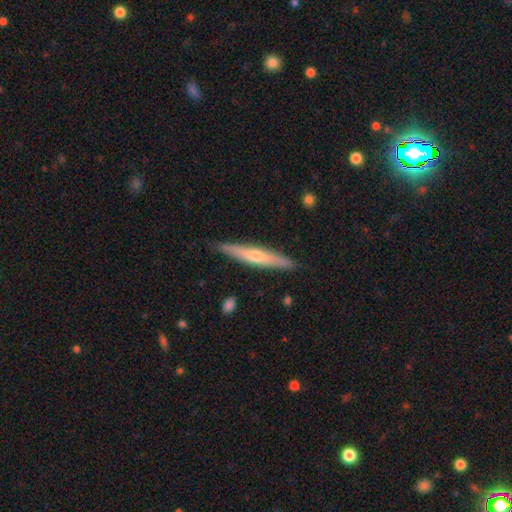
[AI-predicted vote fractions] smooth_or_featured: featured or disk (p=0.51) [alt: smooth p=0.44]
disk_edge_on: yes (p=0.92) [alt: no p=0.08]
merging: none (p=0.86) [alt: minor disturbance p=0.11]